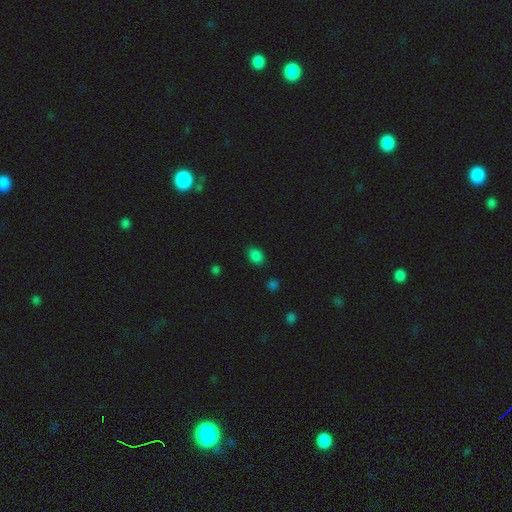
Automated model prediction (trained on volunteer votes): Overall: smooth (82%). How rounded: in between (67%; round 32%). Merging: none (83%).